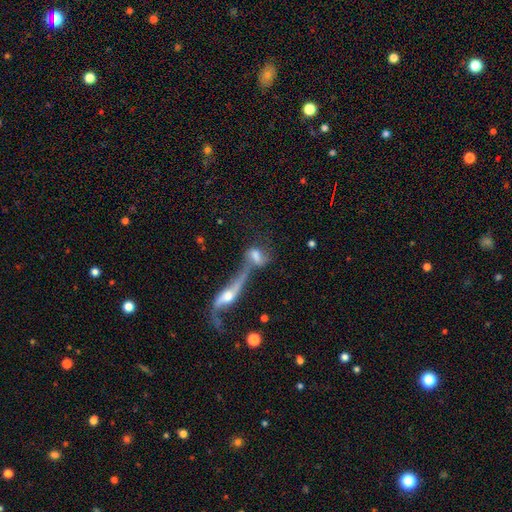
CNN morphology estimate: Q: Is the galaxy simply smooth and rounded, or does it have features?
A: smooth — 48%.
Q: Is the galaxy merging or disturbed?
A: merger — 67%.